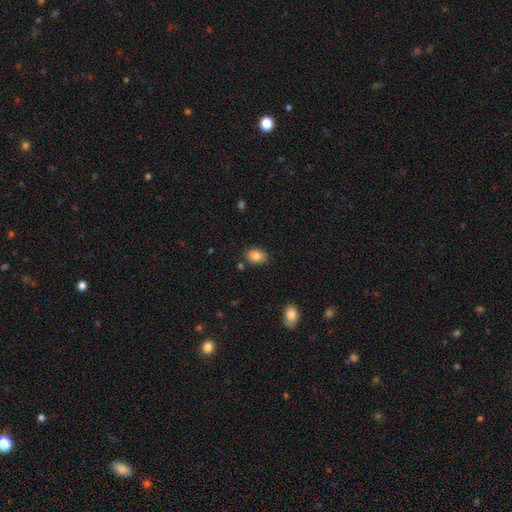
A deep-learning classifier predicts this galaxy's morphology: smooth_or_featured: smooth (p=0.84) [alt: star or artifact p=0.09]
how_rounded: in between (p=0.82) [alt: round p=0.17]
merging: none (p=0.80) [alt: minor disturbance p=0.13]